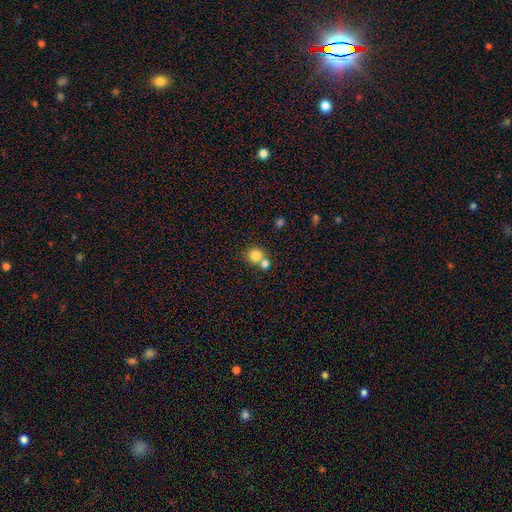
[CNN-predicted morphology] This is clearly a smooth galaxy (81%). How rounded: clearly round (84%). Merging: possibly none (47%).